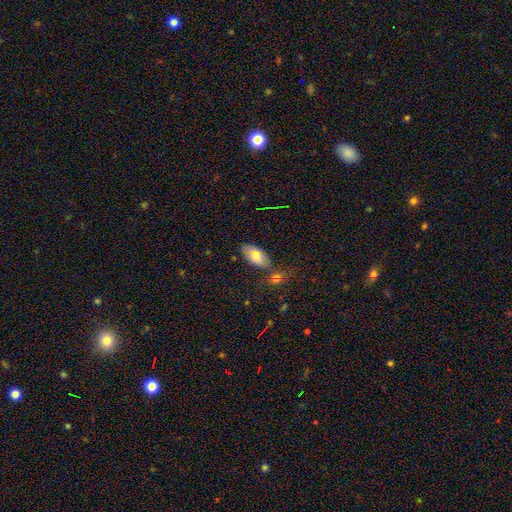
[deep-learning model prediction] smooth_or_featured: smooth (p=0.72) [alt: featured or disk p=0.19]
how_rounded: in between (p=0.91) [alt: cigar-shaped p=0.05]
merging: none (p=0.66) [alt: minor disturbance p=0.18]